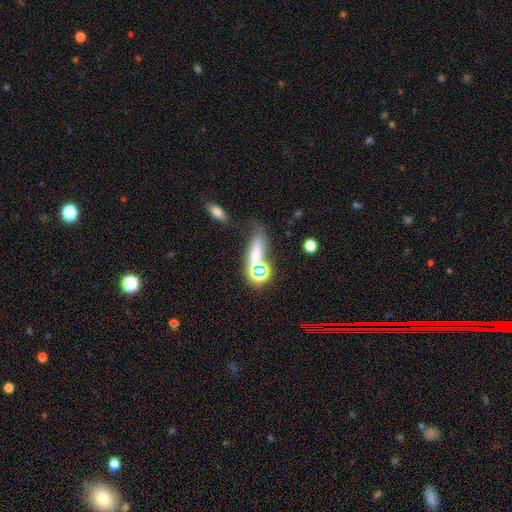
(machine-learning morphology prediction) A smooth galaxy with no disk features (57%) that is cigar-shaped (47%).

Vote fractions:
- Smooth or featured? smooth: 57% / star or artifact: 24% / featured or disk: 19%
- How rounded? cigar-shaped: 47% / in between: 42% / round: 11%
- Merging? none: 51% / minor disturbance: 20% / merger: 15% / major disturbance: 14%